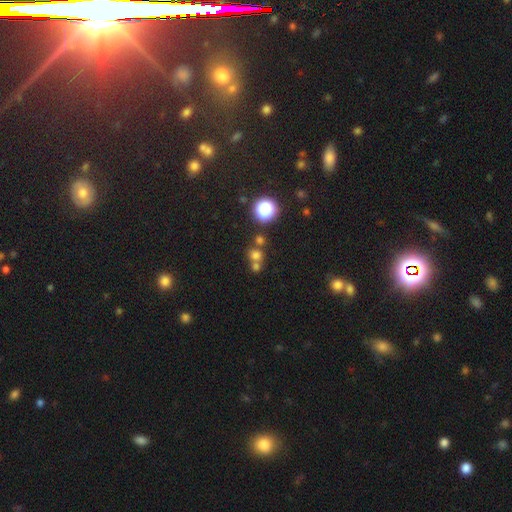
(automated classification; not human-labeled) smooth 64%, star or artifact 26%, featured or disk 10%. Down the decision tree: how rounded — round (81%); merging — none (50%).